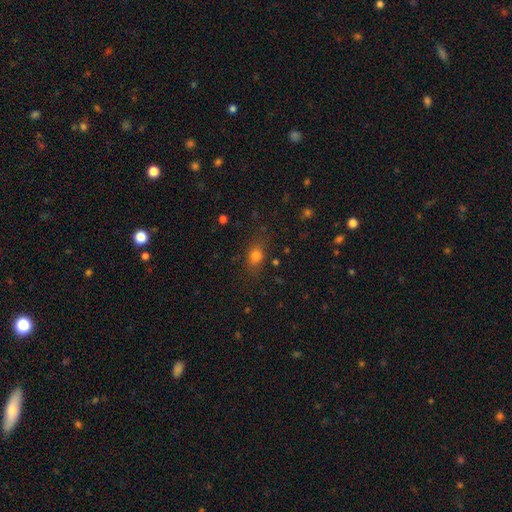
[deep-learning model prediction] A smooth galaxy with no disk features (77%) that is in between round and cigar-shaped (65%). Merging: none (75%).